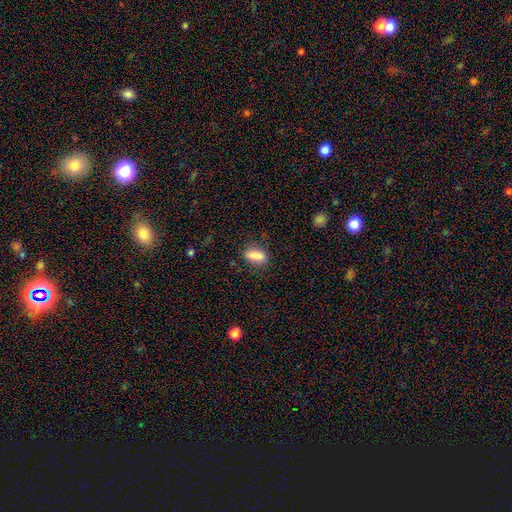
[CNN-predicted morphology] Smooth or featured? smooth (86%)
How rounded? in between (79%)
Merging? none (80%)